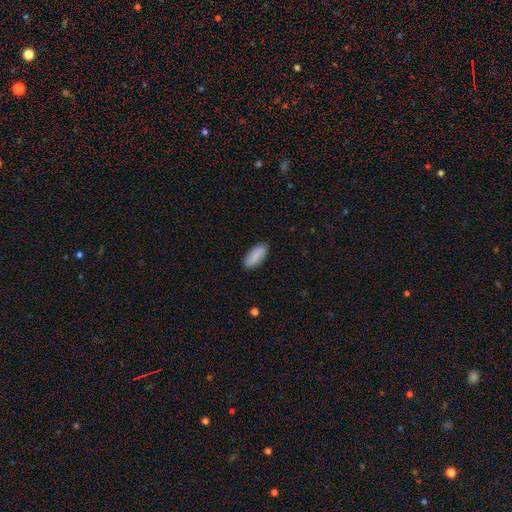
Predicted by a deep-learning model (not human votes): This is clearly a smooth galaxy (86%). How rounded: clearly in between (83%). Merging: clearly none (86%).